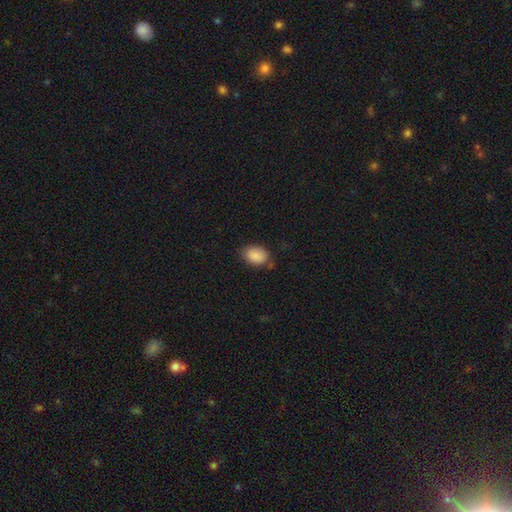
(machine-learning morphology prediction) This is clearly a smooth galaxy (88%). How rounded: clearly in between (83%). Merging: likely none (71%).